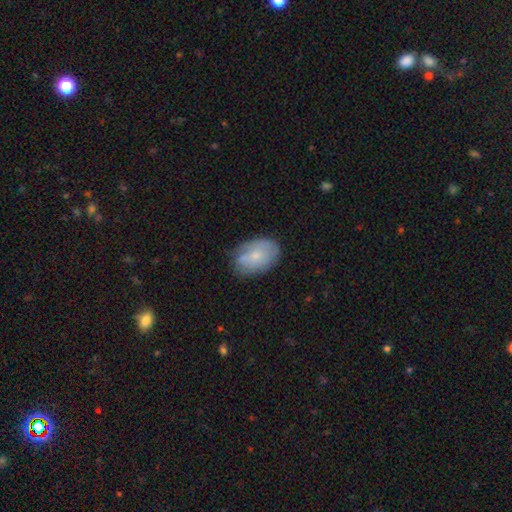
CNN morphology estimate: Smooth or featured: smooth — 62% (featured or disk — 31%)
How rounded: in between — 85% (round — 14%)
Merging: none — 62% (minor disturbance — 27%)